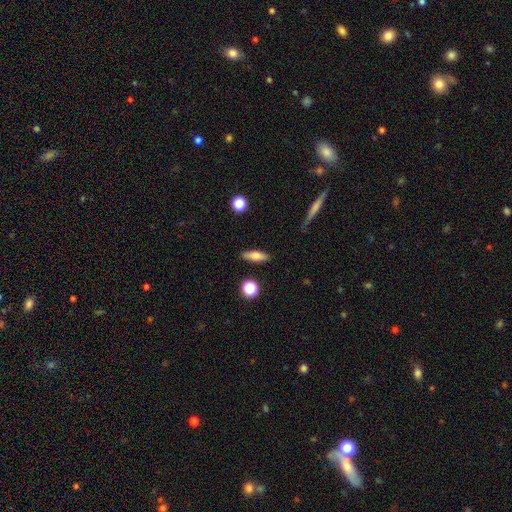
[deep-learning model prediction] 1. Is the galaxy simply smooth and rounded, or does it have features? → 71% smooth, 21% featured or disk, 8% star or artifact.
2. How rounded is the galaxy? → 49% in between, 46% cigar-shaped, 5% round.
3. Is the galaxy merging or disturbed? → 86% none, 9% minor disturbance, 2% major disturbance, 2% merger.